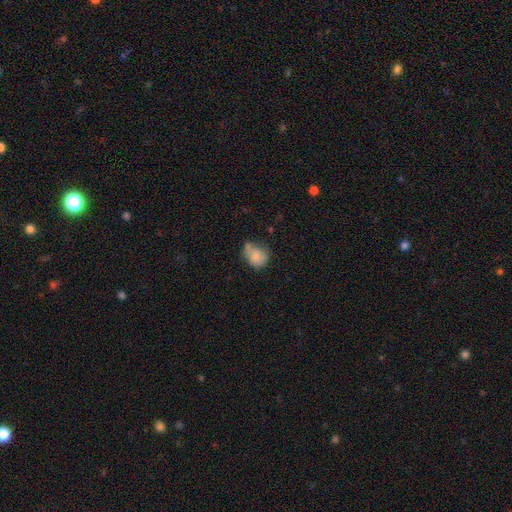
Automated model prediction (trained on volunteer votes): Smooth or featured?
  - smooth: 74% *
  - featured or disk: 17%
  - star or artifact: 9%
How rounded?
  - round: 58% *
  - in between: 41%
  - cigar-shaped: 1%
Merging?
  - none: 42% *
  - minor disturbance: 31%
  - merger: 16%
  - major disturbance: 11%